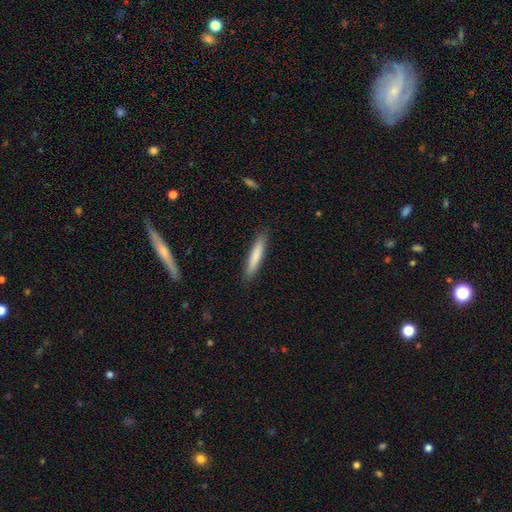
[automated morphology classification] smooth_or_featured: smooth (p=0.80) [alt: featured or disk p=0.14]
how_rounded: cigar-shaped (p=0.91) [alt: in between p=0.08]
merging: none (p=0.89) [alt: minor disturbance p=0.08]